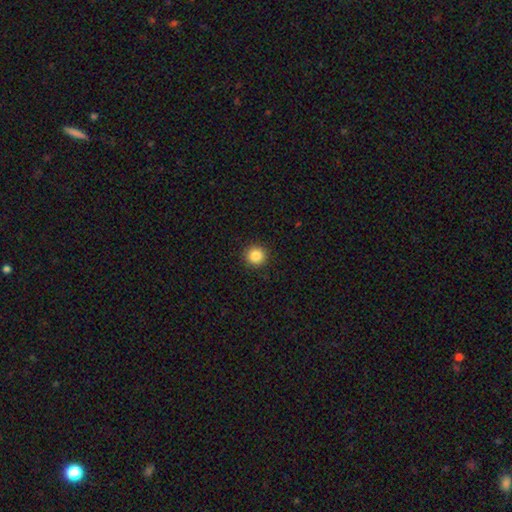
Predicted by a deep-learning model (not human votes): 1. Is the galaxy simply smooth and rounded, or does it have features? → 86% smooth, 11% star or artifact, 4% featured or disk.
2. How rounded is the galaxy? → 95% round, 4% in between, 1% cigar-shaped.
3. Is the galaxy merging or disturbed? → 92% none, 5% minor disturbance, 2% major disturbance, 1% merger.